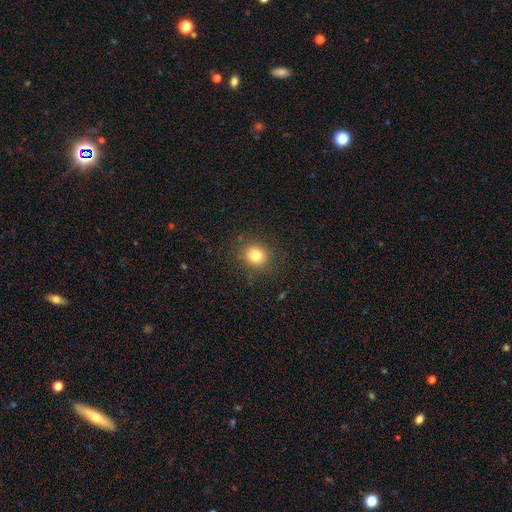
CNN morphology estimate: smooth_or_featured: smooth (p=0.79) [alt: star or artifact p=0.13]
how_rounded: round (p=0.86) [alt: in between p=0.13]
merging: none (p=0.88) [alt: minor disturbance p=0.08]